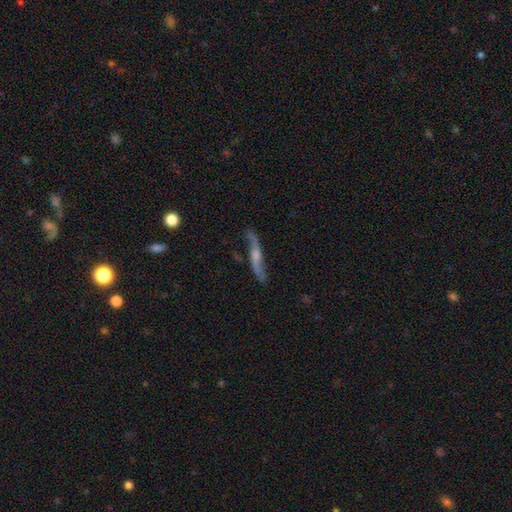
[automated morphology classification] Smooth or featured?
  - featured or disk: 67% *
  - smooth: 19%
  - star or artifact: 13%
Edge-on disk?
  - yes: 65% *
  - no: 35%
Merging?
  - none: 77% *
  - minor disturbance: 14%
  - major disturbance: 6%
  - merger: 3%